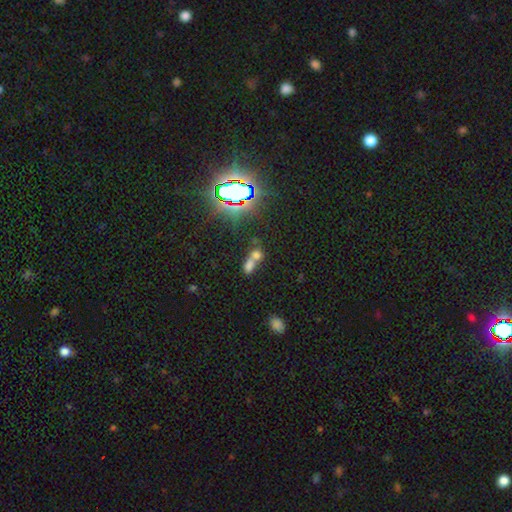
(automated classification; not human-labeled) Smooth or featured?
  - smooth: 58% *
  - star or artifact: 27%
  - featured or disk: 15%
How rounded?
  - in between: 54% *
  - round: 41%
  - cigar-shaped: 5%
Merging?
  - merger: 67% *
  - none: 22%
  - minor disturbance: 6%
  - major disturbance: 5%